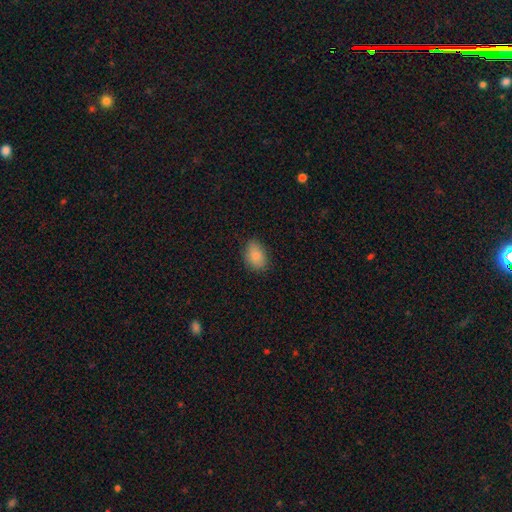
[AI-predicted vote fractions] Smooth or featured? smooth (87%)
How rounded? in between (81%)
Merging? none (81%)